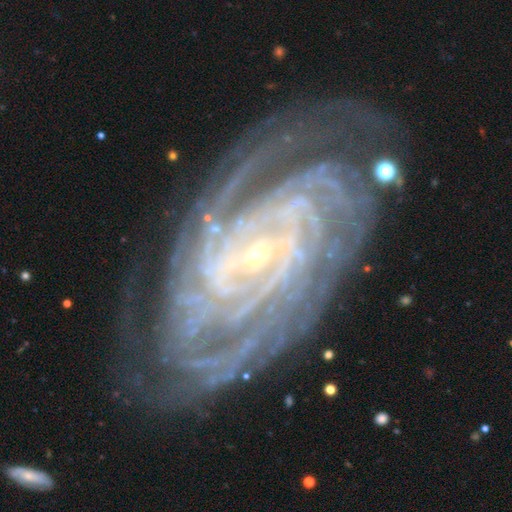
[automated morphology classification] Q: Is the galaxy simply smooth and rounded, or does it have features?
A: featured or disk — 92%.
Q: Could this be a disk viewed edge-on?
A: no — 96%.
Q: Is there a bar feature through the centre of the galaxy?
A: weak — 37%.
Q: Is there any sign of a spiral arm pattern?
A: yes — 99%.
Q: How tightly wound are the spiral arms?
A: tight — 82%.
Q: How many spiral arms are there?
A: more than 4 — 28%.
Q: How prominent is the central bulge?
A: small — 83%.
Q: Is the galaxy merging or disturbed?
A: none — 79%.